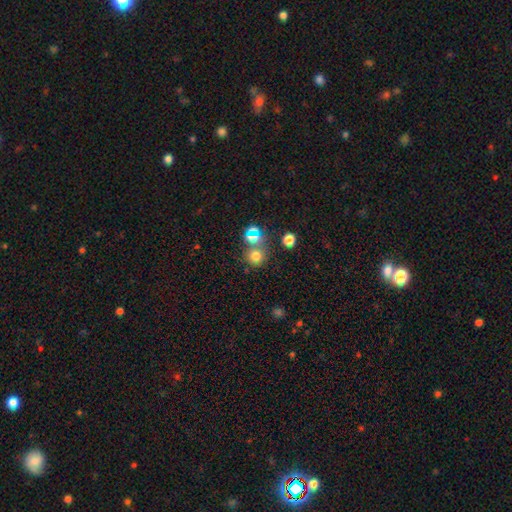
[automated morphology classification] Q: Smooth or featured?
A: smooth (70%); runner-up: star or artifact (22%)
Q: How rounded?
A: round (89%); runner-up: in between (10%)
Q: Merging?
A: none (67%); runner-up: merger (21%)